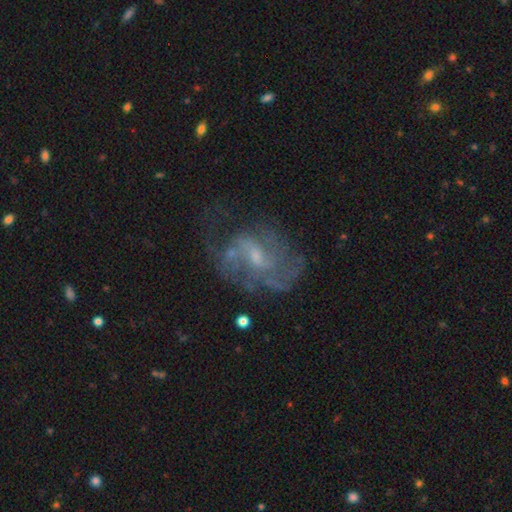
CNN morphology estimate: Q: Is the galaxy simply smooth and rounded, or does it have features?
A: featured or disk — 77%.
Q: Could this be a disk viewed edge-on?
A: no — 97%.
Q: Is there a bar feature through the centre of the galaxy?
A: weak — 47%.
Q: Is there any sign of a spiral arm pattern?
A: yes — 78%.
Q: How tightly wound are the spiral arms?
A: medium — 45%.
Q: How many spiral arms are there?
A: can't tell — 36%.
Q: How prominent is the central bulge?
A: small — 58%.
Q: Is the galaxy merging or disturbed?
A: none — 46%.